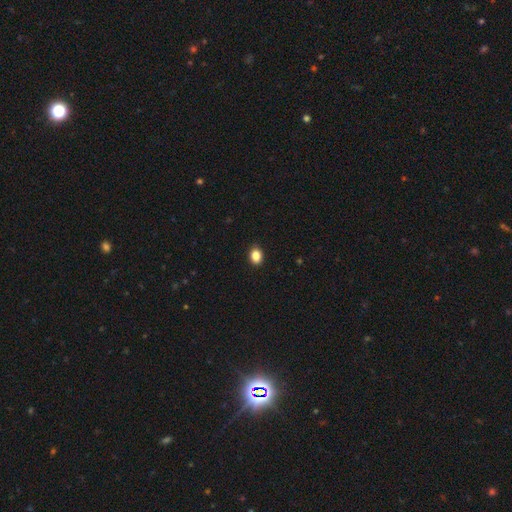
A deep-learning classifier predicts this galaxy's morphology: Smooth or featured? Predicted: smooth (p=0.86). How rounded? Predicted: in between (p=0.65). Merging? Predicted: none (p=0.90).